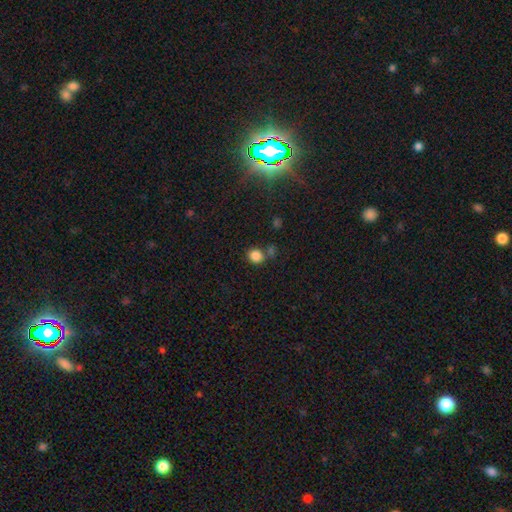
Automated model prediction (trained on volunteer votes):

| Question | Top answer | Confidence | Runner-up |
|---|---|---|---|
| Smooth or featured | smooth | 84% | star or artifact (12%) |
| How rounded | round | 81% | in between (18%) |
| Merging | none | 70% | merger (15%) |